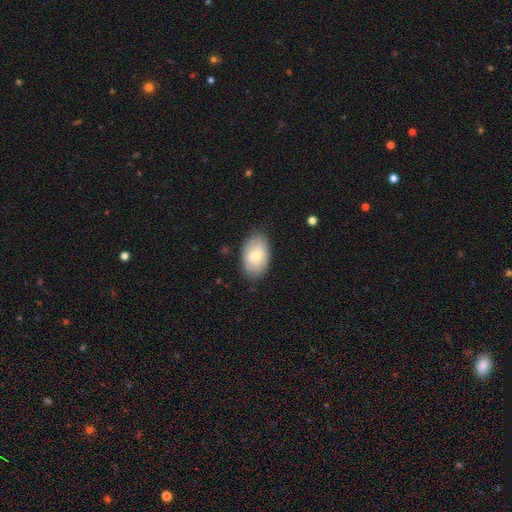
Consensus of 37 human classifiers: smooth-or-featured: smooth: 68% | featured or disk: 27% | star or artifact: 5%
  how-rounded: in between: 76% | round: 24% | cigar-shaped: 0%
  merging: none: 77% | minor disturbance: 20% | merger: 3% | major disturbance: 0%